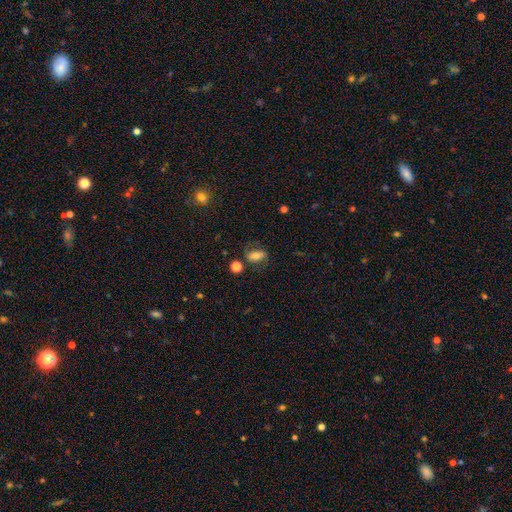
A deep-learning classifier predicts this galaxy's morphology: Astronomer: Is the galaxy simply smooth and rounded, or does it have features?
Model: smooth — 58%.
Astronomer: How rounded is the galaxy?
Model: in between — 77%.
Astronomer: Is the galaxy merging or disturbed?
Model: none — 65%.